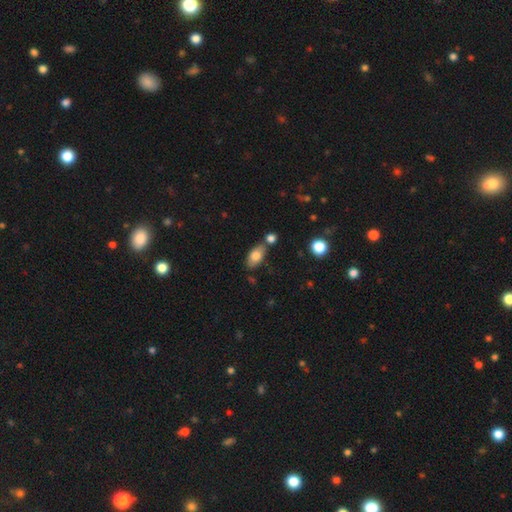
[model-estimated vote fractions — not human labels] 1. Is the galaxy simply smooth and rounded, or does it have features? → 77% smooth, 16% featured or disk, 7% star or artifact.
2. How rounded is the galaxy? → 90% in between, 5% cigar-shaped, 5% round.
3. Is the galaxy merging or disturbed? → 68% none, 15% merger, 14% minor disturbance, 3% major disturbance.